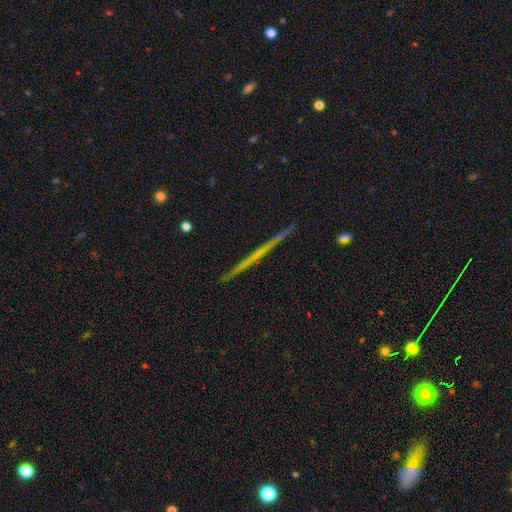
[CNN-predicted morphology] smooth_or_featured: featured or disk (p=0.64) [alt: smooth p=0.28]
disk_edge_on: yes (p=0.98) [alt: no p=0.02]
edge_on_bulge: none (p=0.91) [alt: rounded p=0.06]
merging: none (p=0.93) [alt: minor disturbance p=0.05]